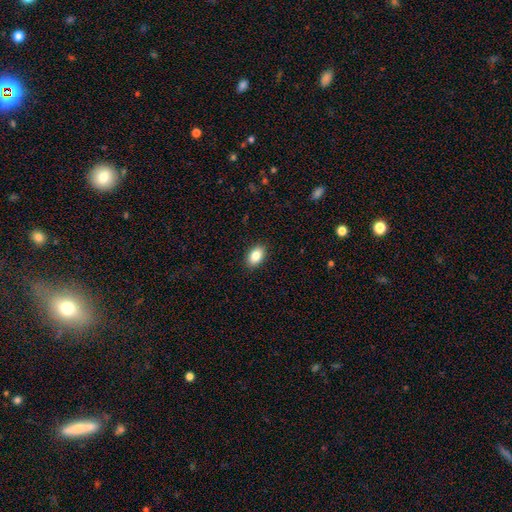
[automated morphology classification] Smooth or featured?
  - smooth: 84% *
  - star or artifact: 8%
  - featured or disk: 8%
How rounded?
  - in between: 89% *
  - round: 10%
  - cigar-shaped: 2%
Merging?
  - none: 89% *
  - minor disturbance: 8%
  - major disturbance: 2%
  - merger: 1%